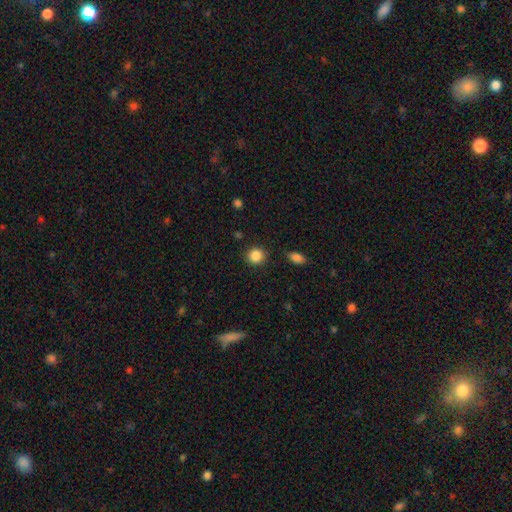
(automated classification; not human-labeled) Smooth or featured? Predicted: smooth (p=0.87). How rounded? Predicted: round (p=0.90). Merging? Predicted: none (p=0.88).